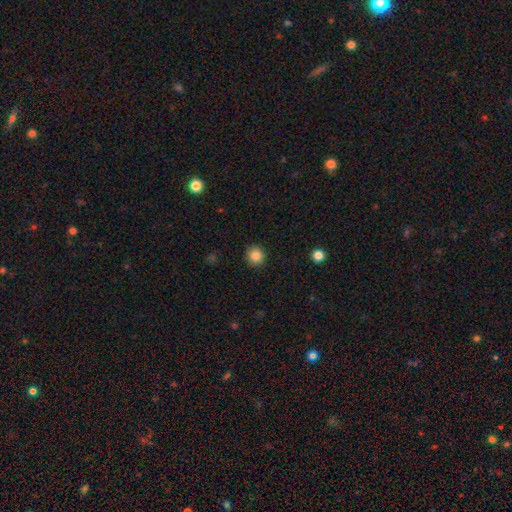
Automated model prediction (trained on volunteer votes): A smooth galaxy with no disk features (85%) that is round (91%). Merging: none (91%).